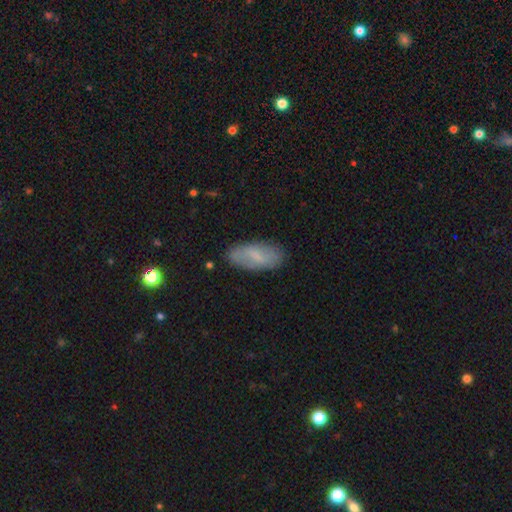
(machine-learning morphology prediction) smooth-or-featured: smooth: 67% | featured or disk: 27% | star or artifact: 7%
  how-rounded: in between: 86% | cigar-shaped: 12% | round: 2%
  merging: none: 80% | minor disturbance: 15% | major disturbance: 4% | merger: 1%